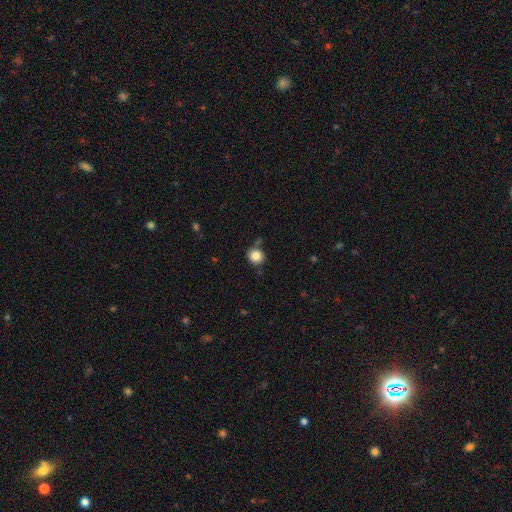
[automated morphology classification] Smooth or featured: smooth — 85% (star or artifact — 10%)
How rounded: round — 85% (in between — 14%)
Merging: none — 76% (minor disturbance — 13%)